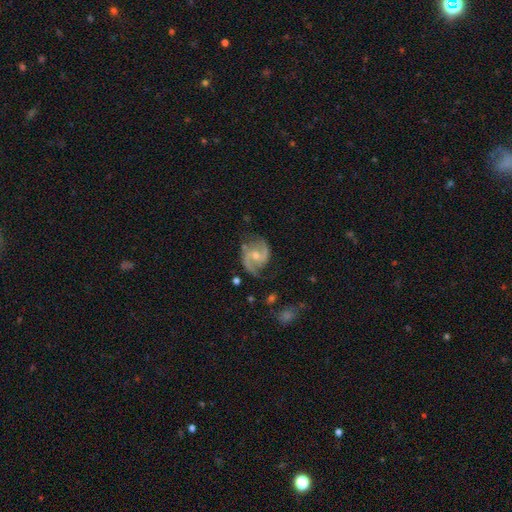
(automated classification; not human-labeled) Q: Smooth or featured?
A: featured or disk (90%); runner-up: smooth (5%)
Q: Edge-on disk?
A: no (98%); runner-up: yes (2%)
Q: Bar?
A: no (47%); runner-up: weak (43%)
Q: Spiral arms?
A: yes (98%); runner-up: no (2%)
Q: Spiral winding?
A: medium (57%); runner-up: loose (27%)
Q: Spiral arm count?
A: 2 (93%); runner-up: can't tell (2%)
Q: Bulge size?
A: moderate (52%); runner-up: small (42%)
Q: Merging?
A: none (73%); runner-up: minor disturbance (18%)